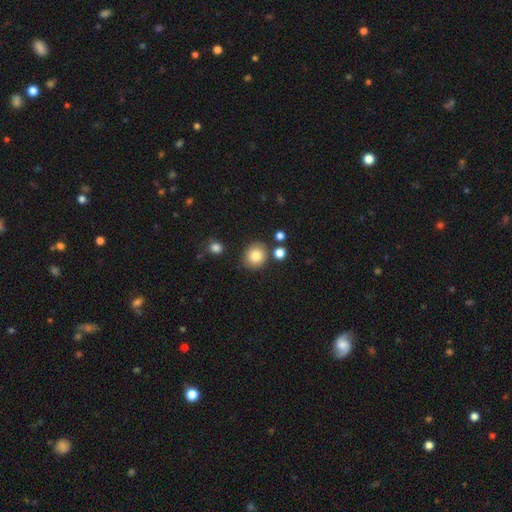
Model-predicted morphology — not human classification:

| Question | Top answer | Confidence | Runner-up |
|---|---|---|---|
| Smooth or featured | smooth | 83% | star or artifact (10%) |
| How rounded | round | 84% | in between (15%) |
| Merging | none | 83% | minor disturbance (9%) |